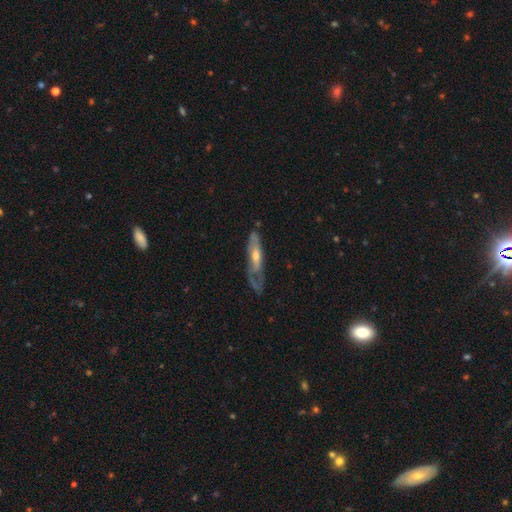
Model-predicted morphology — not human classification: type=featured or disk (61%); edge-on=no (55%); merging=none (47%).